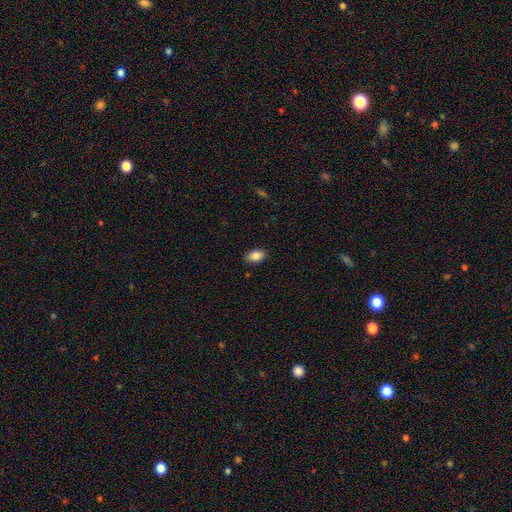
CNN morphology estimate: smooth-or-featured: smooth: 87% | star or artifact: 8% | featured or disk: 6%
  how-rounded: in between: 90% | round: 9% | cigar-shaped: 2%
  merging: none: 87% | minor disturbance: 10% | major disturbance: 2% | merger: 1%